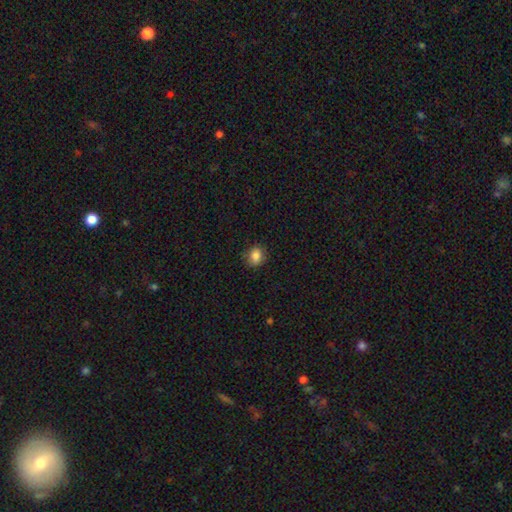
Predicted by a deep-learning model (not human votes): Smooth or featured: smooth — 85% (star or artifact — 10%)
How rounded: round — 63% (in between — 36%)
Merging: none — 83% (minor disturbance — 13%)